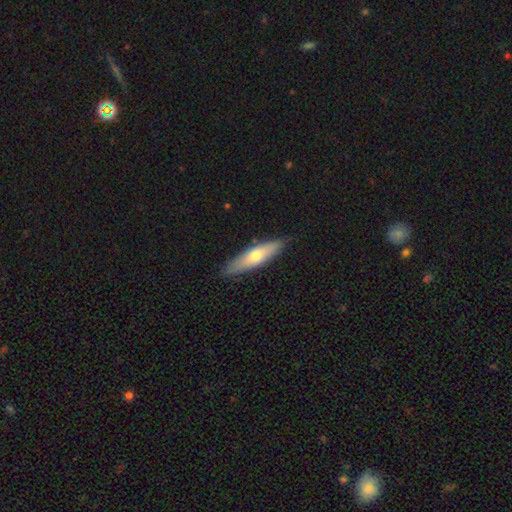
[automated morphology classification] smooth-or-featured: smooth: 59% | featured or disk: 35% | star or artifact: 6%
  how-rounded: cigar-shaped: 67% | in between: 31% | round: 2%
  merging: none: 86% | minor disturbance: 11% | major disturbance: 2% | merger: 1%